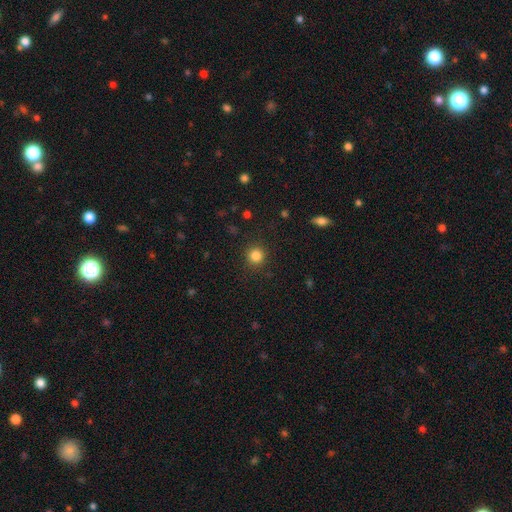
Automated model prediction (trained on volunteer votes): smooth-or-featured: smooth: 84% | star or artifact: 12% | featured or disk: 4%
  how-rounded: round: 93% | in between: 6% | cigar-shaped: 1%
  merging: none: 90% | minor disturbance: 7% | major disturbance: 3% | merger: 1%